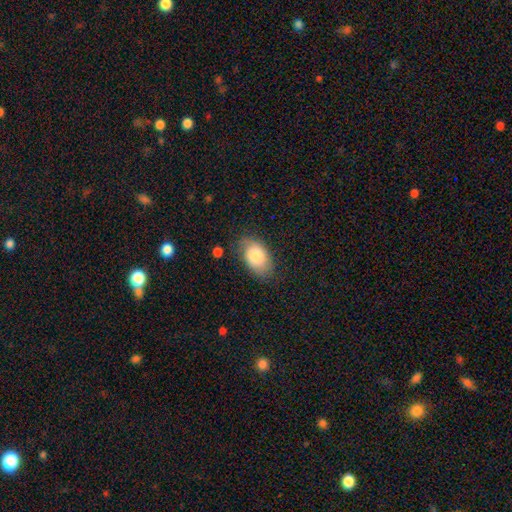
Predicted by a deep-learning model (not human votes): smooth 77%, featured or disk 16%, star or artifact 7%. Down the decision tree: how rounded — in between (91%); merging — none (69%).